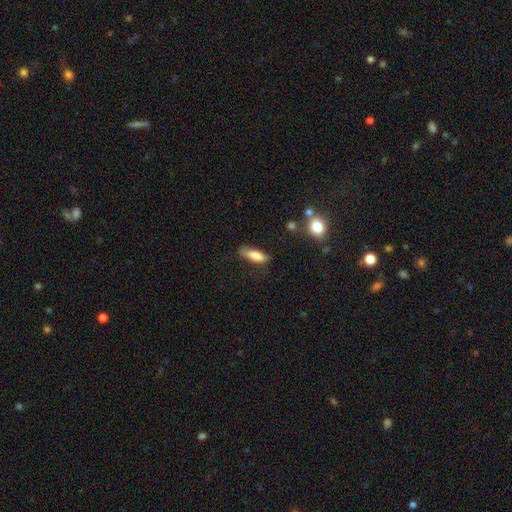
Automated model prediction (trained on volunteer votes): smooth 79%, featured or disk 13%, star or artifact 7%. Down the decision tree: how rounded — in between (51%); merging — none (63%).